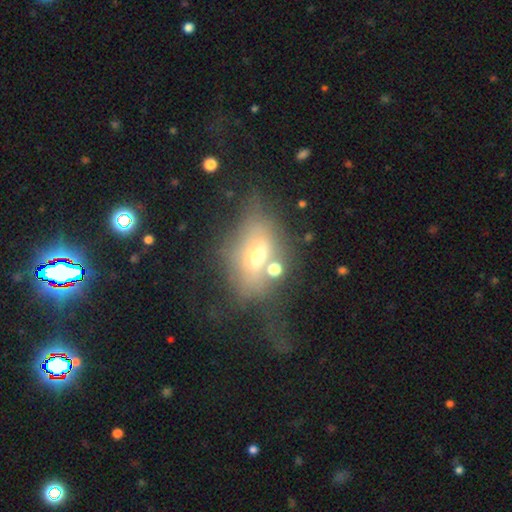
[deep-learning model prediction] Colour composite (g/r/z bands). It shows a smooth galaxy with no disk features (47%). Merging: major disturbance (32%).